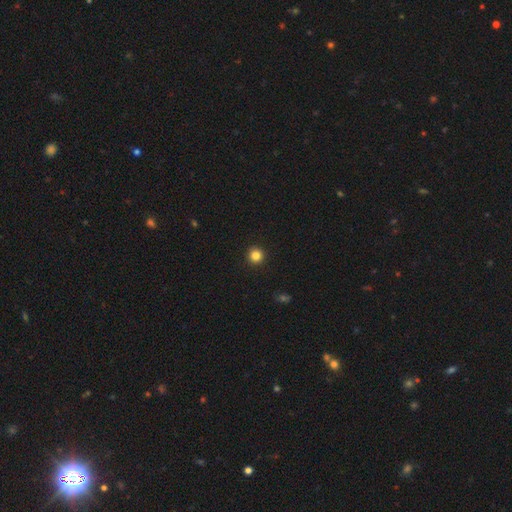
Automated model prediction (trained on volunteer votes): Smooth or featured? smooth (84%)
How rounded? round (96%)
Merging? none (94%)